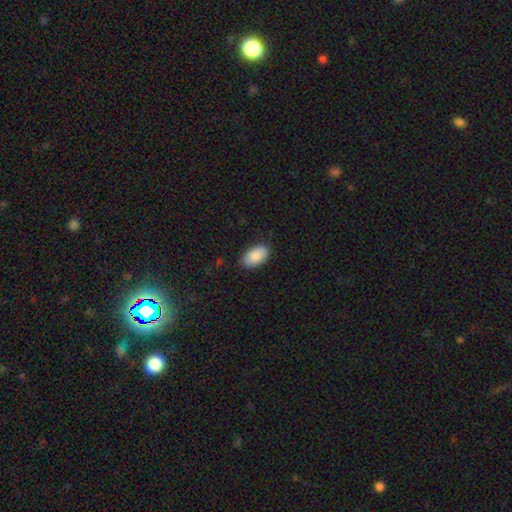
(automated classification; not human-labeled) smooth 88%, star or artifact 6%, featured or disk 6%. Down the decision tree: how rounded — in between (95%); merging — none (85%).